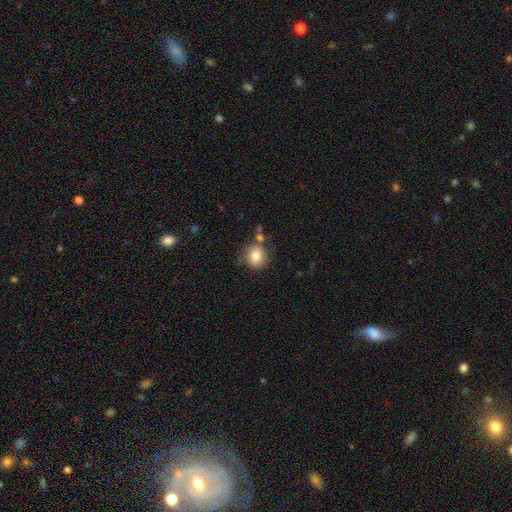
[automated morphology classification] This appears to be a smooth galaxy with no disk features (83%) that is round (84%). Merging: none (72%).